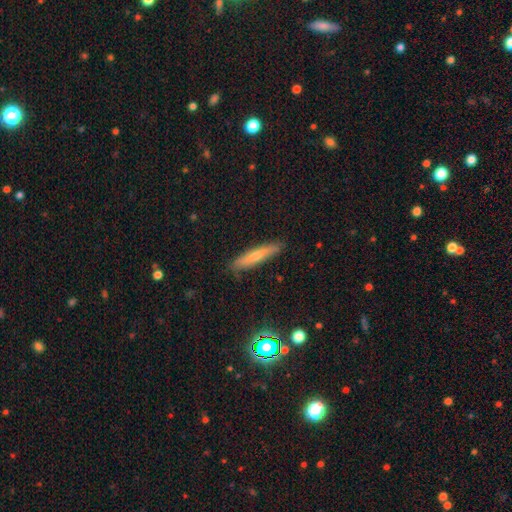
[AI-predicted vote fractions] smooth-or-featured: smooth: 56% | featured or disk: 36% | star or artifact: 8%
  how-rounded: cigar-shaped: 88% | in between: 10% | round: 2%
  merging: none: 88% | minor disturbance: 9% | major disturbance: 2% | merger: 1%